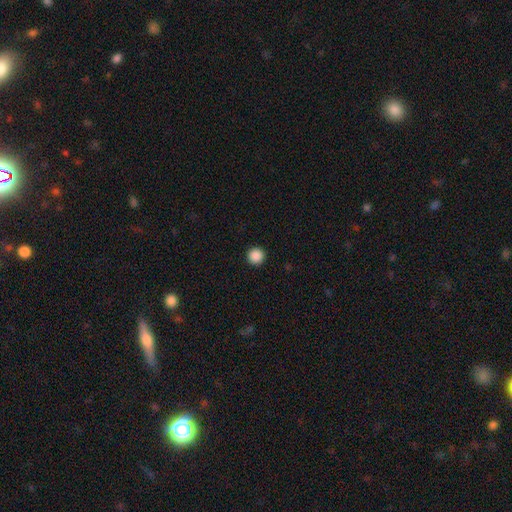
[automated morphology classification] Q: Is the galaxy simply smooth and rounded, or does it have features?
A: smooth — 88%.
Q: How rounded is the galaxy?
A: round — 96%.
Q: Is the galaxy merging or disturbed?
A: none — 94%.